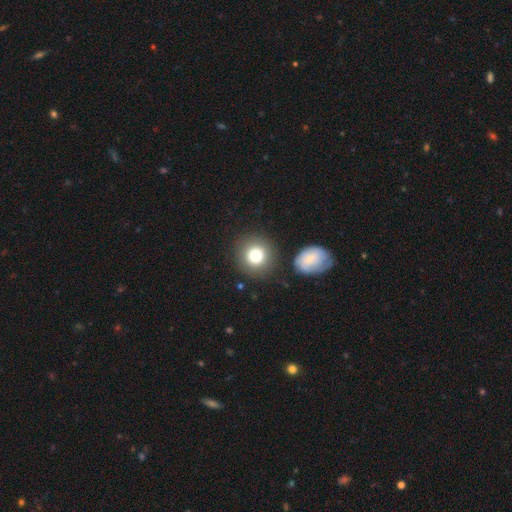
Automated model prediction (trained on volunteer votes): Morphology: type=smooth (81%); roundness=round (90%); merging=none (82%).